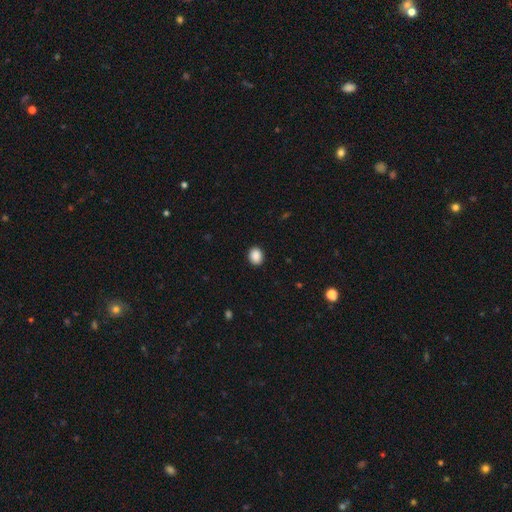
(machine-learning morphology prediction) A smooth galaxy with no disk features (89%) that is round (55%).

Vote fractions:
- Smooth or featured? smooth: 89% / star or artifact: 8% / featured or disk: 3%
- How rounded? round: 55% / in between: 45% / cigar-shaped: 1%
- Merging? none: 91% / minor disturbance: 6% / major disturbance: 2% / merger: 1%